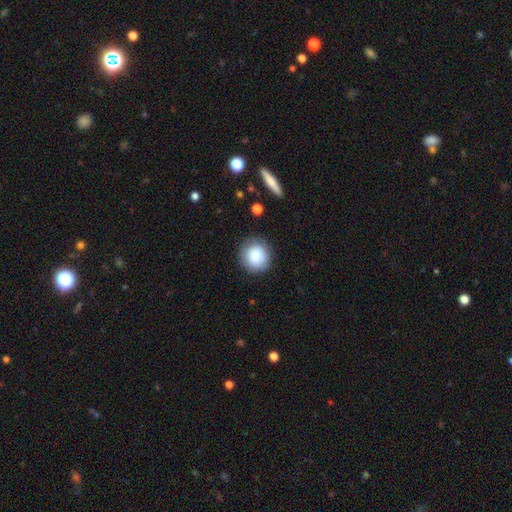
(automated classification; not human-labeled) Morphology: type=smooth (86%); roundness=round (90%); merging=none (86%).